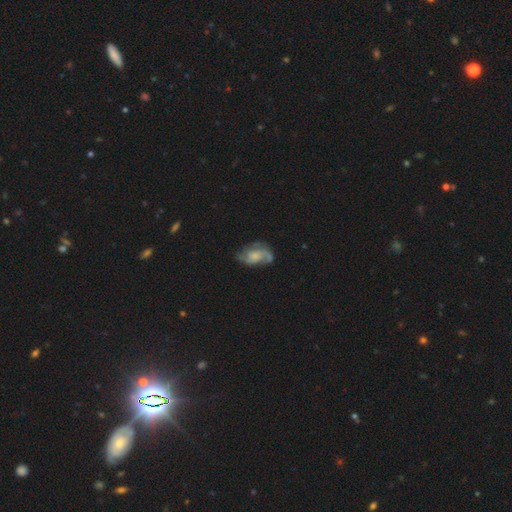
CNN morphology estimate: Smooth or featured? featured or disk (75%)
Edge-on disk? no (97%)
Bar? no (66%)
Spiral arms? yes (92%)
Spiral winding? medium (45%)
Spiral arm count? 2 (56%)
Bulge size? small (30%, tied with moderate)
Merging? none (59%)